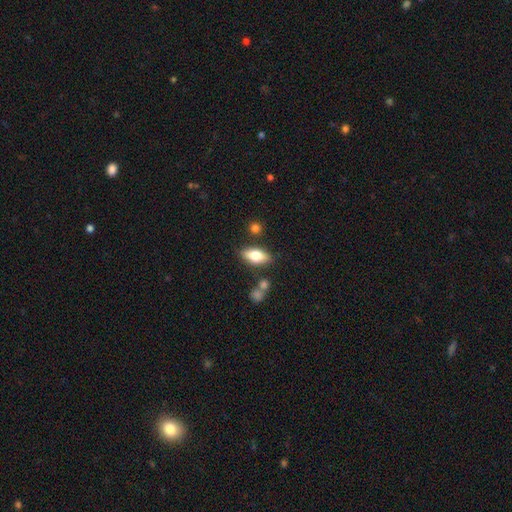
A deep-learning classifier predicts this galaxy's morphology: A smooth galaxy with no disk features (72%) that is in between round and cigar-shaped (83%).

Vote fractions:
- Smooth or featured? smooth: 72% / featured or disk: 21% / star or artifact: 7%
- How rounded? in between: 83% / cigar-shaped: 13% / round: 5%
- Merging? none: 77% / minor disturbance: 12% / merger: 7% / major disturbance: 3%